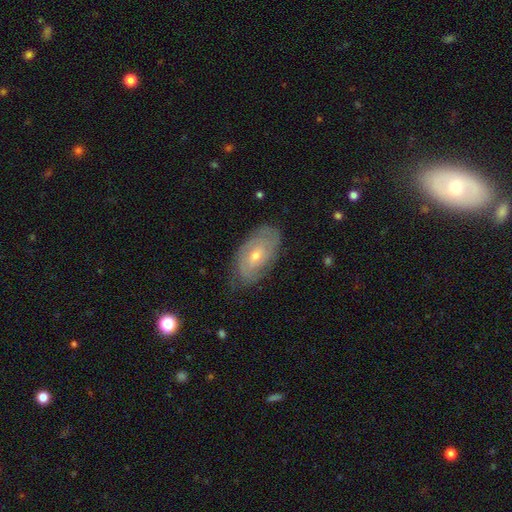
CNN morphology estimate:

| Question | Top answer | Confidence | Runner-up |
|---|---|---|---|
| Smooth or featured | featured or disk | 67% | smooth (26%) |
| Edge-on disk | no | 92% | yes (8%) |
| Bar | no | 70% | weak (25%) |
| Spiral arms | yes | 82% | no (18%) |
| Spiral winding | tight | 68% | medium (24%) |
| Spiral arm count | can't tell | 49% | 2 (33%) |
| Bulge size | small | 59% | moderate (38%) |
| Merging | none | 74% | minor disturbance (19%) |